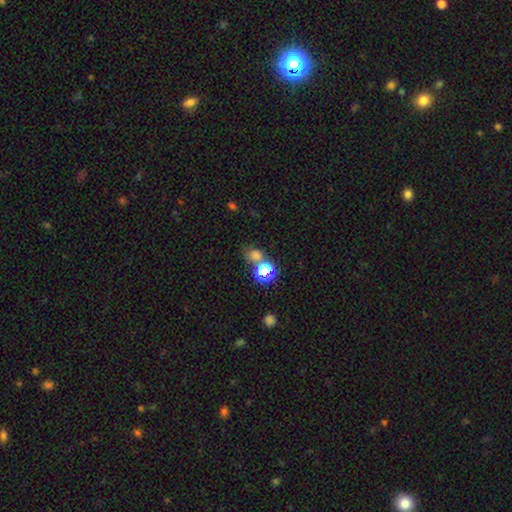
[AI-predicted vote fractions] Smooth or featured?
  - smooth: 62% *
  - star or artifact: 30%
  - featured or disk: 7%
How rounded?
  - round: 68% *
  - in between: 31%
  - cigar-shaped: 1%
Merging?
  - none: 55% *
  - merger: 27%
  - minor disturbance: 12%
  - major disturbance: 6%